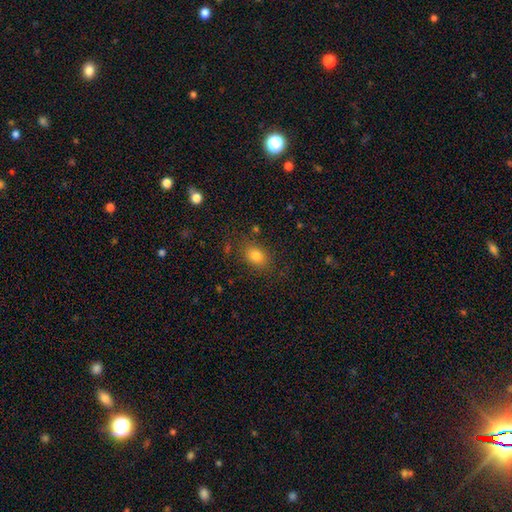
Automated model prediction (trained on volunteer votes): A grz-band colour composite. It shows a smooth galaxy with no disk features (80%) that is in between round and cigar-shaped (71%). Merging: none (80%).